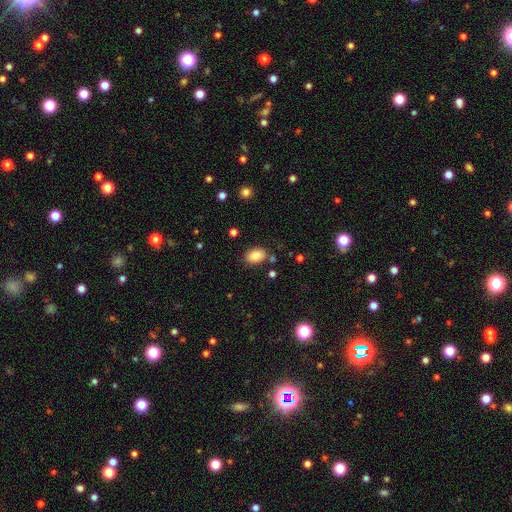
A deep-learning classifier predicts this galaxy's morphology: smooth_or_featured: smooth (p=0.85) [alt: star or artifact p=0.09]
how_rounded: in between (p=0.84) [alt: round p=0.15]
merging: none (p=0.81) [alt: minor disturbance p=0.11]